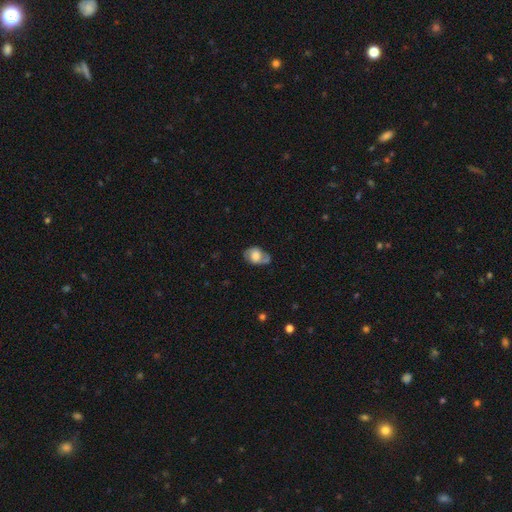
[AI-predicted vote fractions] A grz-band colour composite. It shows a smooth galaxy with no disk features (53%) that is in between round and cigar-shaped (75%). Merging: none (52%).